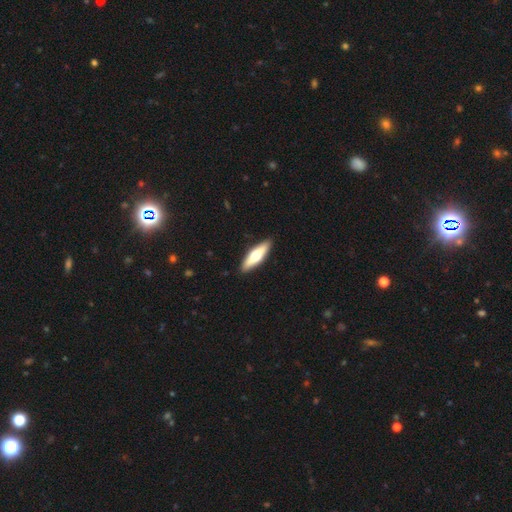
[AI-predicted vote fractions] smooth 53%, featured or disk 42%, star or artifact 5%. Down the decision tree: how rounded — cigar-shaped (59%); merging — none (90%).